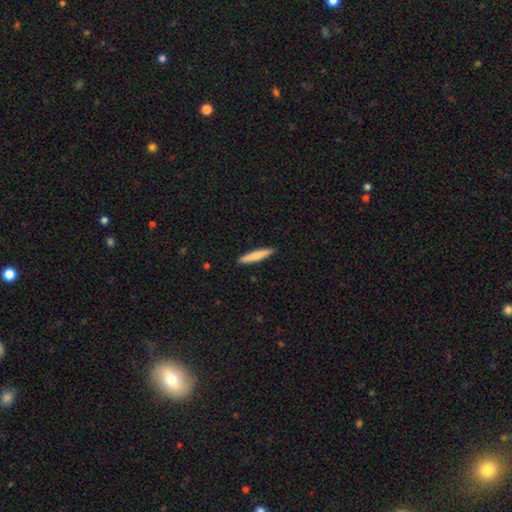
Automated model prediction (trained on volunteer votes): This appears to be a smooth galaxy with no disk features (74%) that is cigar-shaped (92%). Merging: none (90%).